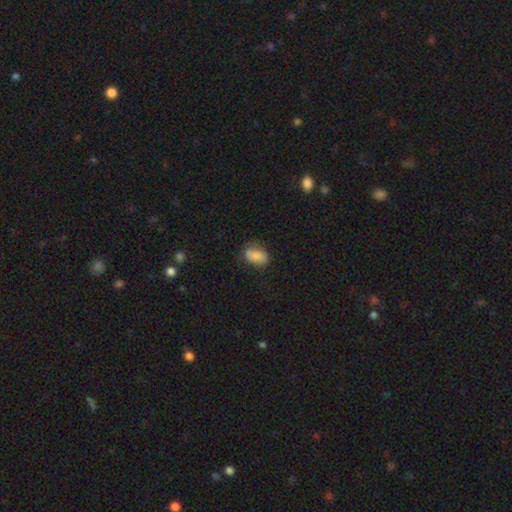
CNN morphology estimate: Q: Smooth or featured?
A: smooth (82%); runner-up: featured or disk (11%)
Q: How rounded?
A: in between (84%); runner-up: round (14%)
Q: Merging?
A: none (73%); runner-up: minor disturbance (21%)